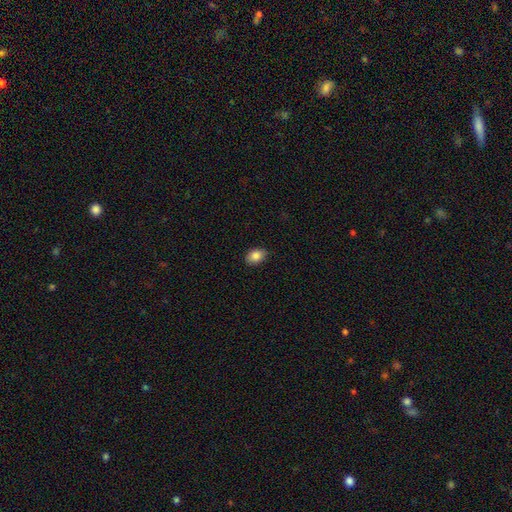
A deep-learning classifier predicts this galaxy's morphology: Smooth or featured? Predicted: smooth (p=0.86). How rounded? Predicted: in between (p=0.79). Merging? Predicted: none (p=0.86).